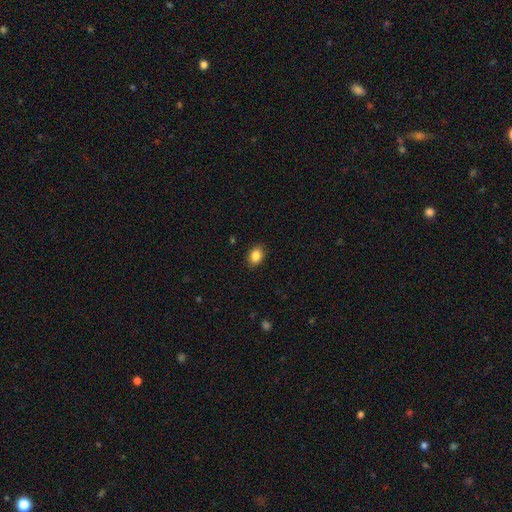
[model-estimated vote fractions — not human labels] Q: Smooth or featured?
A: smooth (86%); runner-up: star or artifact (9%)
Q: How rounded?
A: in between (70%); runner-up: round (29%)
Q: Merging?
A: none (89%); runner-up: minor disturbance (8%)